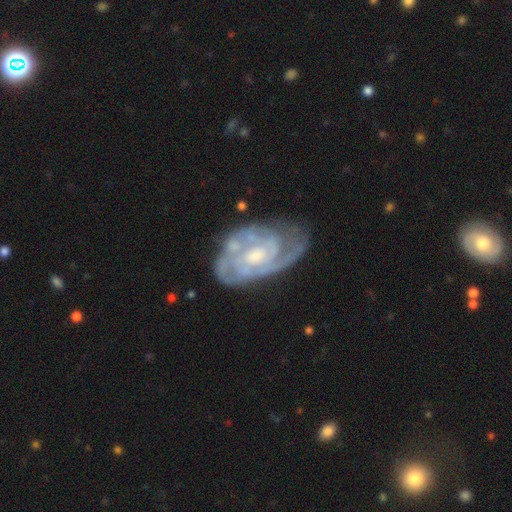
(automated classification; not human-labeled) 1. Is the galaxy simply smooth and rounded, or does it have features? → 87% featured or disk, 8% smooth, 5% star or artifact.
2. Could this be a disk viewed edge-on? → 97% no, 3% yes.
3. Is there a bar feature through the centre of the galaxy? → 62% no, 32% weak, 6% strong.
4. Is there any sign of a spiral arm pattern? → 95% yes, 5% no.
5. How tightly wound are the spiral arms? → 63% tight, 30% medium, 7% loose.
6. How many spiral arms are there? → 31% can't tell, 30% 2, 21% 3, 7% 4, 6% 1, 4% more than 4.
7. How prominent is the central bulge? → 46% moderate, 45% small, 5% none, 3% large, 1% dominant.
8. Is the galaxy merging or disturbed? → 62% none, 24% minor disturbance, 11% major disturbance, 3% merger.